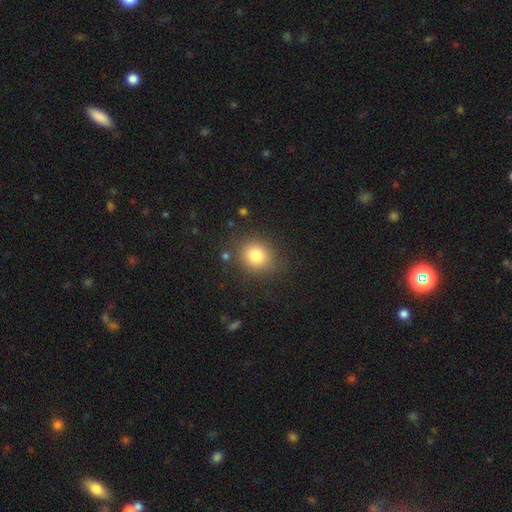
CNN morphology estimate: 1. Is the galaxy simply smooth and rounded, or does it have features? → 80% smooth, 12% star or artifact, 8% featured or disk.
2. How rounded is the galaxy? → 77% round, 22% in between, 1% cigar-shaped.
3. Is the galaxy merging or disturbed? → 81% none, 12% minor disturbance, 4% major disturbance, 3% merger.